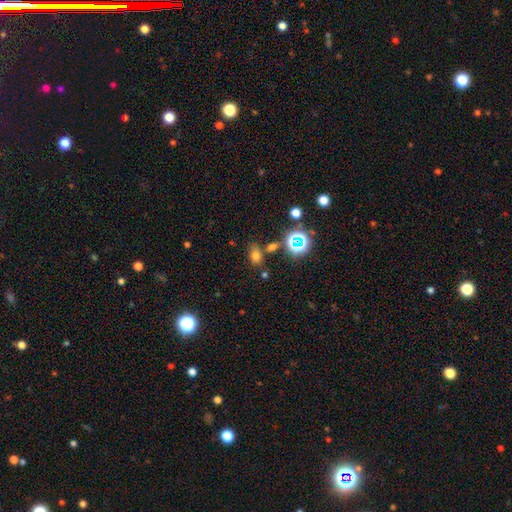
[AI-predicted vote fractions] Smooth or featured: smooth — 67% (star or artifact — 24%)
How rounded: in between — 70% (round — 28%)
Merging: none — 70% (minor disturbance — 14%)